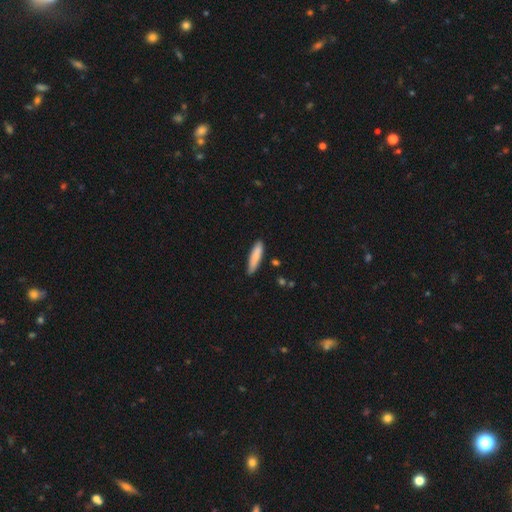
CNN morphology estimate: This is clearly a smooth galaxy (84%). How rounded: likely cigar-shaped (79%). Merging: clearly none (81%).